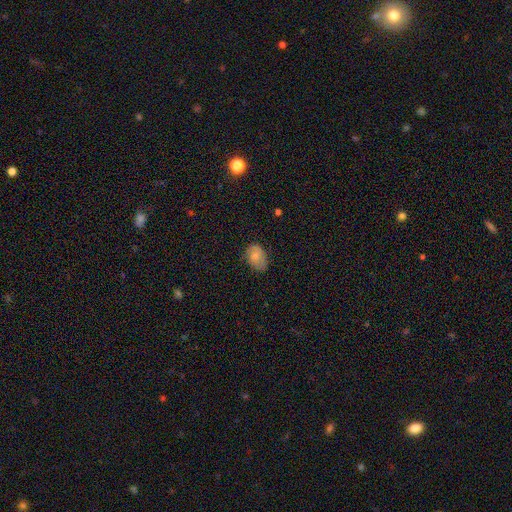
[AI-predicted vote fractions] This appears to be a smooth galaxy with no disk features (65%) that is in between round and cigar-shaped (78%). Merging: none (63%).